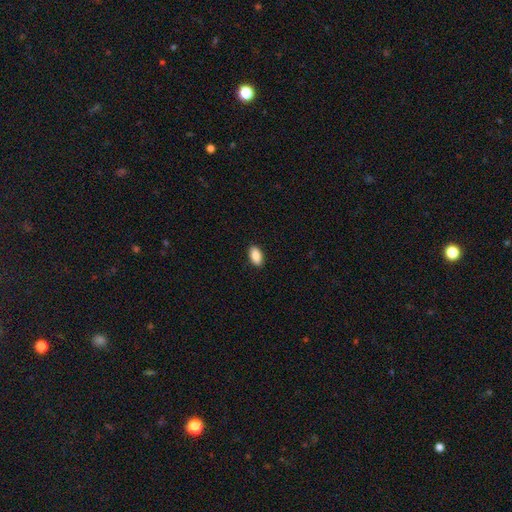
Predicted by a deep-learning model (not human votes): A smooth galaxy with no disk features (89%) that is in between round and cigar-shaped (93%).

Vote fractions:
- Smooth or featured? smooth: 89% / star or artifact: 7% / featured or disk: 4%
- How rounded? in between: 93% / cigar-shaped: 4% / round: 4%
- Merging? none: 90% / minor disturbance: 7% / major disturbance: 2% / merger: 1%